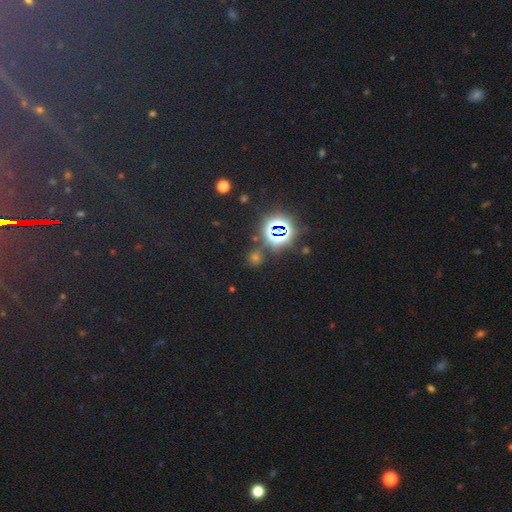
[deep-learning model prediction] Smooth or featured? Predicted: star or artifact (p=0.70).